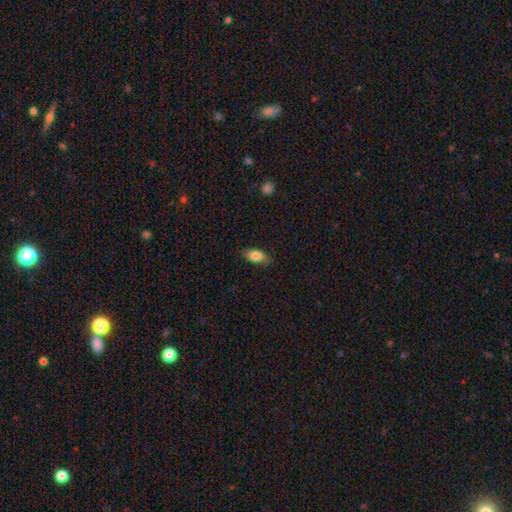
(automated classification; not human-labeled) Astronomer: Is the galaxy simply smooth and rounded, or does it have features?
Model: smooth — 80%.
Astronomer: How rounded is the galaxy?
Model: in between — 86%.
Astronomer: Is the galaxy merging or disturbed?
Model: none — 79%.